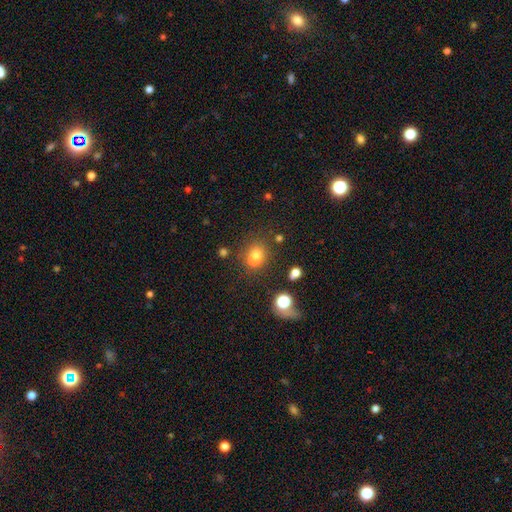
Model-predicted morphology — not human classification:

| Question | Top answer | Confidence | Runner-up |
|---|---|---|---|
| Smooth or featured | smooth | 70% | star or artifact (16%) |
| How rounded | round | 72% | in between (27%) |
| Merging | none | 56% | merger (24%) |